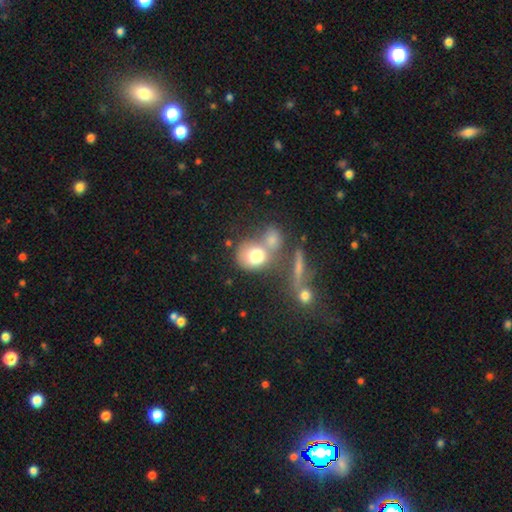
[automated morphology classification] Smooth or featured? Predicted: smooth (p=0.72). How rounded? Predicted: round (p=0.57). Merging? Predicted: merger (p=0.43).